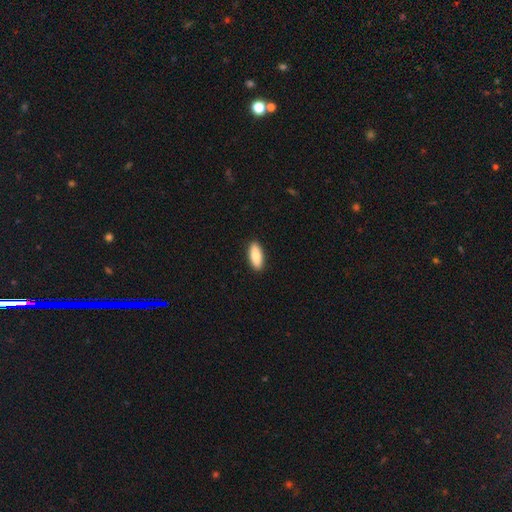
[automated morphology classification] Smooth or featured? Predicted: smooth (p=0.87). How rounded? Predicted: in between (p=0.80). Merging? Predicted: none (p=0.91).